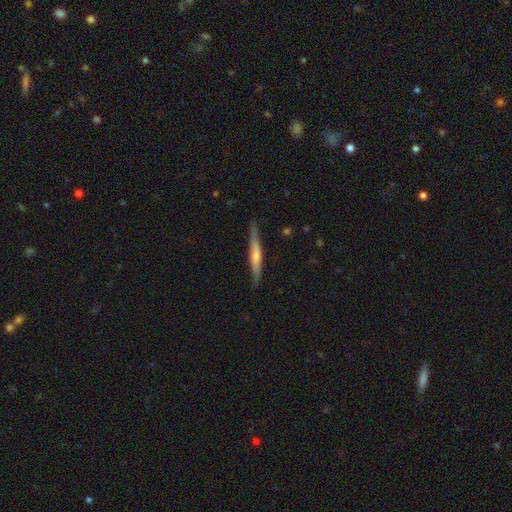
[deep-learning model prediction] smooth-or-featured: featured or disk: 67% | smooth: 26% | star or artifact: 6%
  disk-edge-on: yes: 97% | no: 3%
    edge-on-bulge: rounded: 64% | none: 23% | boxy: 13%
  merging: none: 87% | minor disturbance: 10% | major disturbance: 2% | merger: 1%